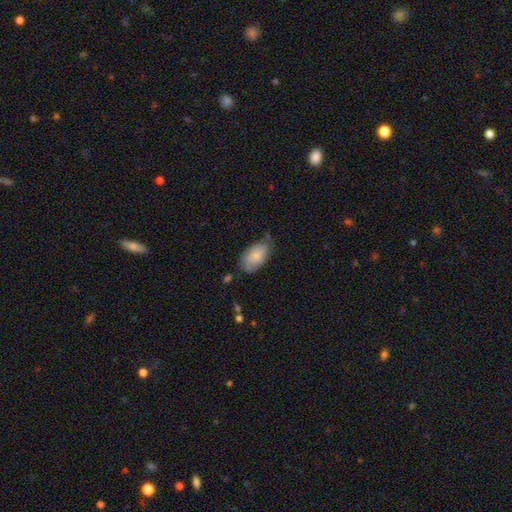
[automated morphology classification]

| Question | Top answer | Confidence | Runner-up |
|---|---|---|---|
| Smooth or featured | smooth | 80% | featured or disk (14%) |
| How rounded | in between | 94% | round (4%) |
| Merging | none | 61% | minor disturbance (30%) |